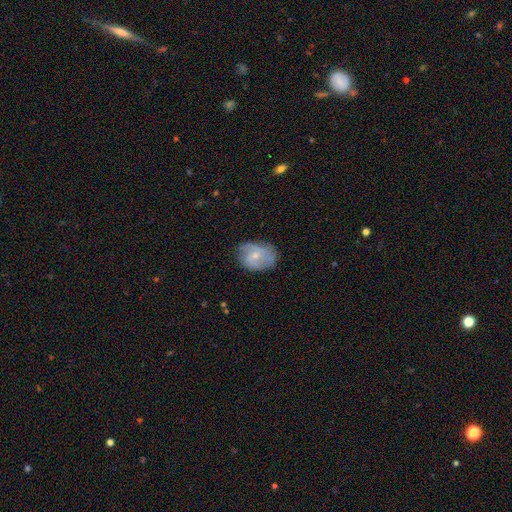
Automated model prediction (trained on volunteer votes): Smooth or featured: featured or disk — 48% (smooth — 45%)
Merging: none — 61% (minor disturbance — 28%)